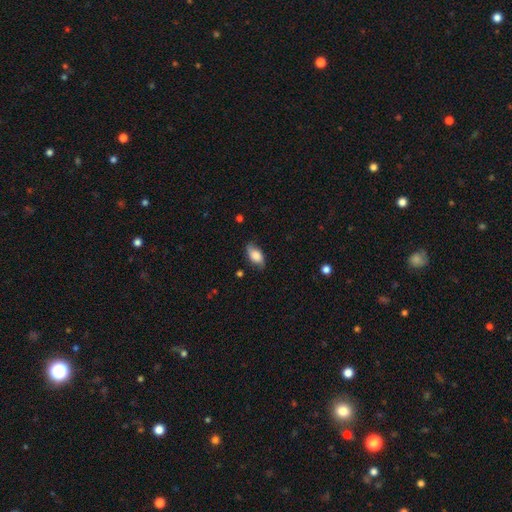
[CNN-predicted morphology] smooth_or_featured: smooth (p=0.72) [alt: featured or disk p=0.20]
how_rounded: in between (p=0.89) [alt: cigar-shaped p=0.06]
merging: none (p=0.74) [alt: minor disturbance p=0.20]